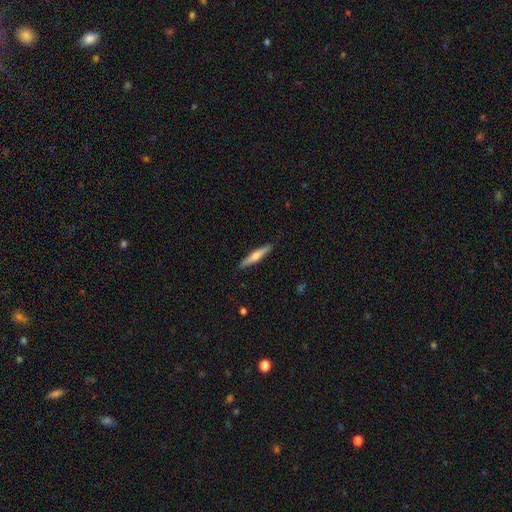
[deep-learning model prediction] smooth_or_featured: smooth (p=0.54) [alt: featured or disk p=0.41]
how_rounded: cigar-shaped (p=0.92) [alt: in between p=0.07]
merging: none (p=0.90) [alt: minor disturbance p=0.08]